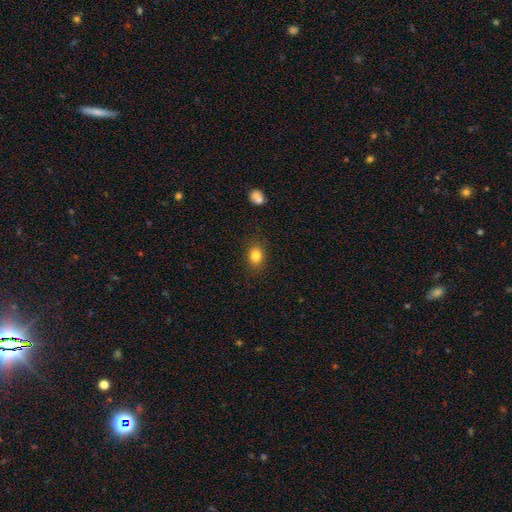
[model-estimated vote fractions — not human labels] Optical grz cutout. It shows a smooth galaxy with no disk features (83%) that is in between round and cigar-shaped (52%). Merging: none (85%).